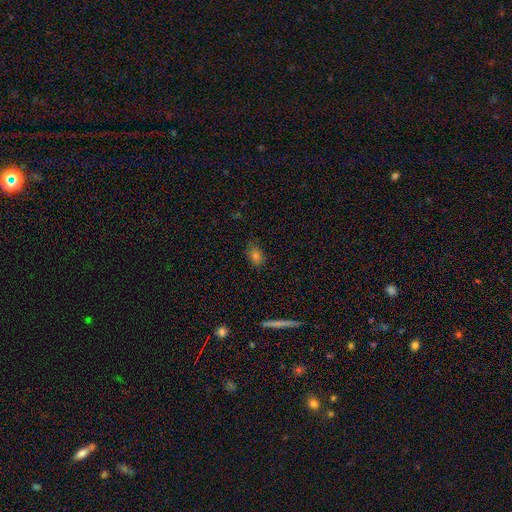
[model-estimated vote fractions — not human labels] Morphology: type=smooth (73%); roundness=in between (72%); merging=none (76%).